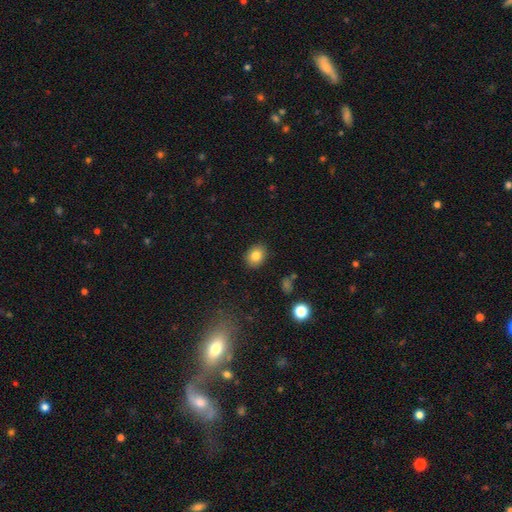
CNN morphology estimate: smooth_or_featured: smooth (p=0.83) [alt: star or artifact p=0.09]
how_rounded: in between (p=0.50) [alt: round p=0.49]
merging: none (p=0.88) [alt: minor disturbance p=0.09]